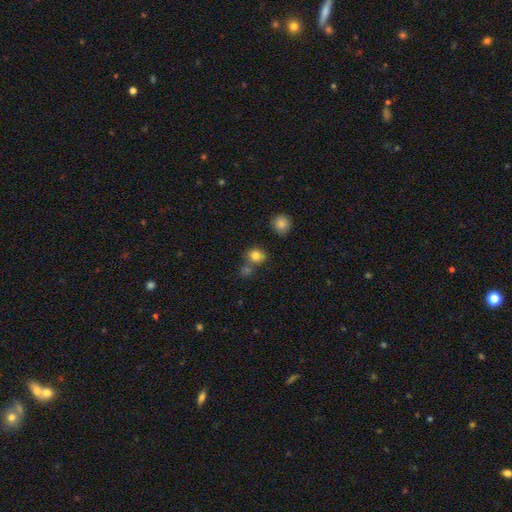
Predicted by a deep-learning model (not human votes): smooth_or_featured: smooth (p=0.81) [alt: star or artifact p=0.12]
how_rounded: round (p=0.73) [alt: in between p=0.26]
merging: none (p=0.64) [alt: merger p=0.20]